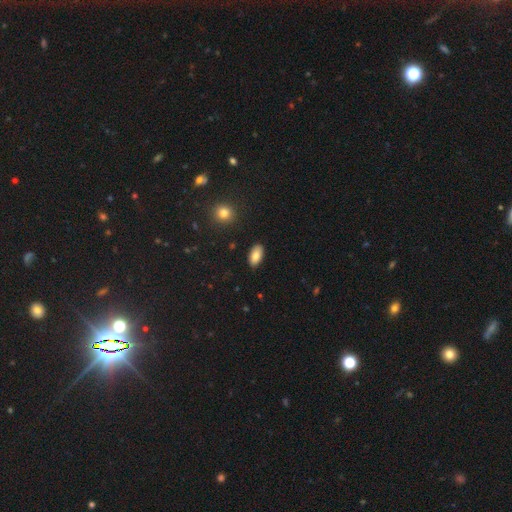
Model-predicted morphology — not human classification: A smooth galaxy with no disk features (84%) that is in between round and cigar-shaped (93%).

Vote fractions:
- Smooth or featured? smooth: 84% / featured or disk: 9% / star or artifact: 7%
- How rounded? in between: 93% / cigar-shaped: 4% / round: 3%
- Merging? none: 89% / minor disturbance: 8% / major disturbance: 2% / merger: 1%